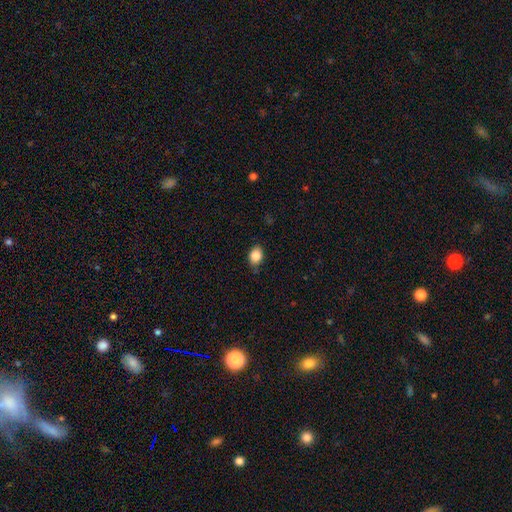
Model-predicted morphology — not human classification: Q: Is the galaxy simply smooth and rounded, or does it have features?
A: smooth — 86%.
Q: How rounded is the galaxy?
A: in between — 68%.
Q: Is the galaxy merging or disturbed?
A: none — 76%.